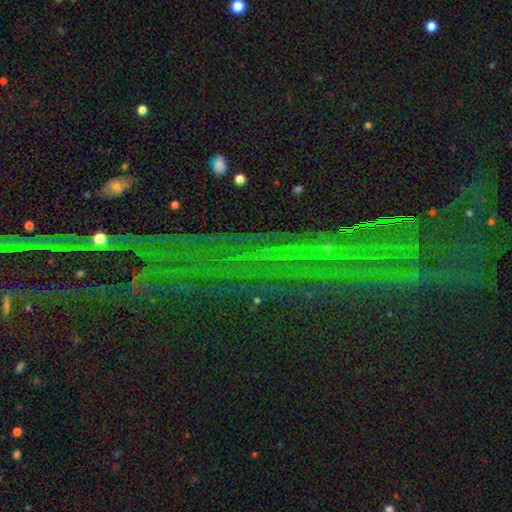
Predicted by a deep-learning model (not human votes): smooth_or_featured: star or artifact (p=0.81) [alt: featured or disk p=0.10]